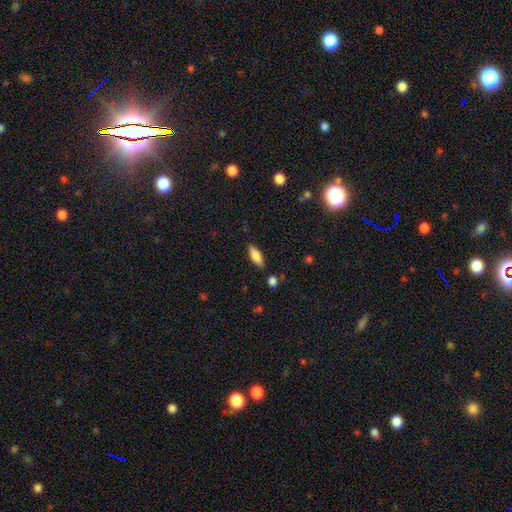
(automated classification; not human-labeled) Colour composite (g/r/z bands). It shows a smooth galaxy with no disk features (76%) that is in between round and cigar-shaped (55%). Merging: none (85%).